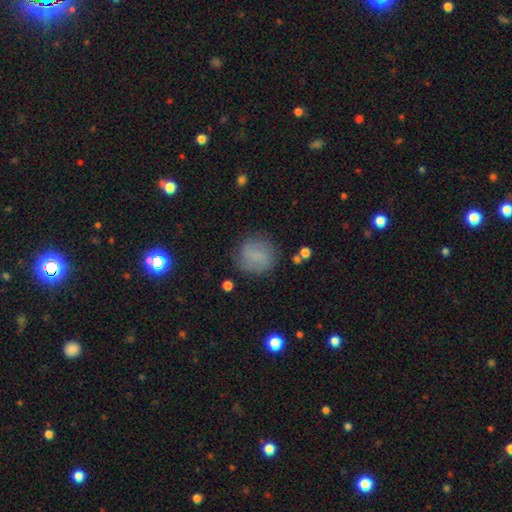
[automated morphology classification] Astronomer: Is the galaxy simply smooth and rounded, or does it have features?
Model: smooth — 69%.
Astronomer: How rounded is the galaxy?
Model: round — 87%.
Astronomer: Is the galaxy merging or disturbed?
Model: none — 77%.